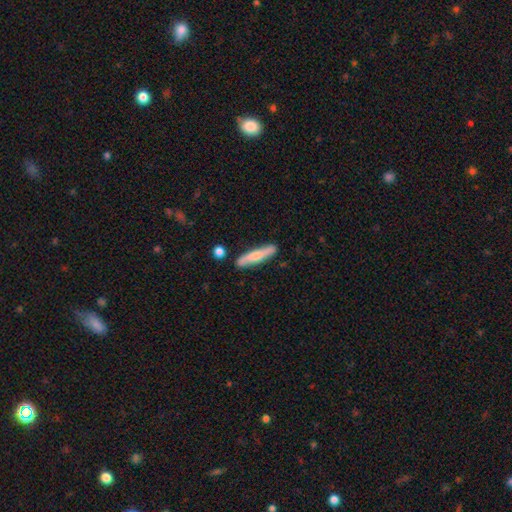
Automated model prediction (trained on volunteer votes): Smooth or featured? Predicted: smooth (p=0.60). How rounded? Predicted: cigar-shaped (p=0.86). Merging? Predicted: none (p=0.83).